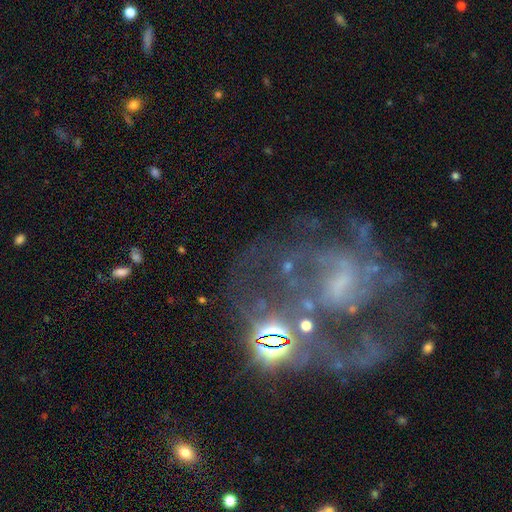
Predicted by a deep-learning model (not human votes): The model was most divided on "bulge size": small: 41%, none: 36%, moderate: 20%, large: 3%, dominant: 1%. Remaining: edge-on disk — no (98%); smooth or featured — featured or disk (72%); spiral arms — yes (66%); bar — no (53%); merging — none (40%).